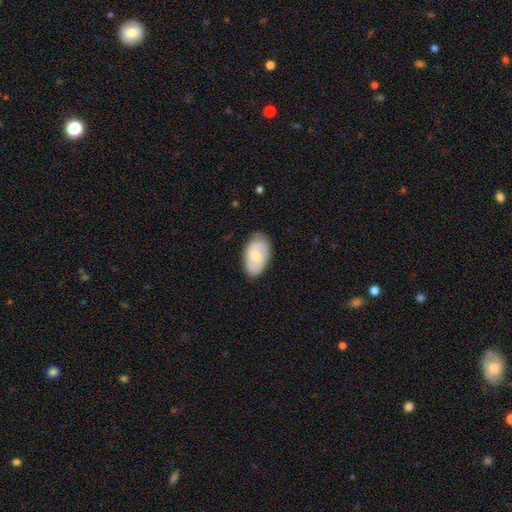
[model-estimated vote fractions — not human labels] Morphology: type=featured or disk (50%); merging=none (74%).